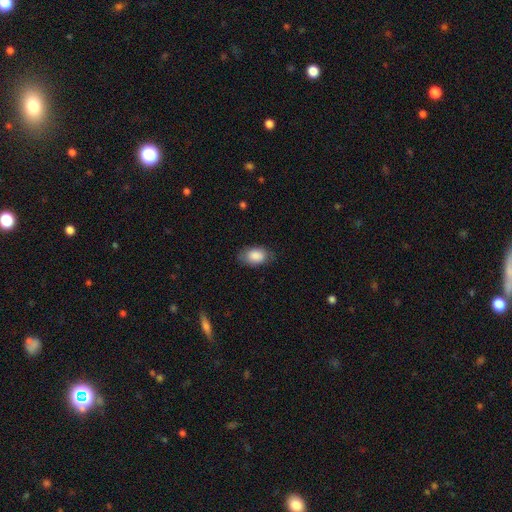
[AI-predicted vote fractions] smooth 86%, featured or disk 8%, star or artifact 6%. Down the decision tree: how rounded — in between (89%); merging — none (76%).